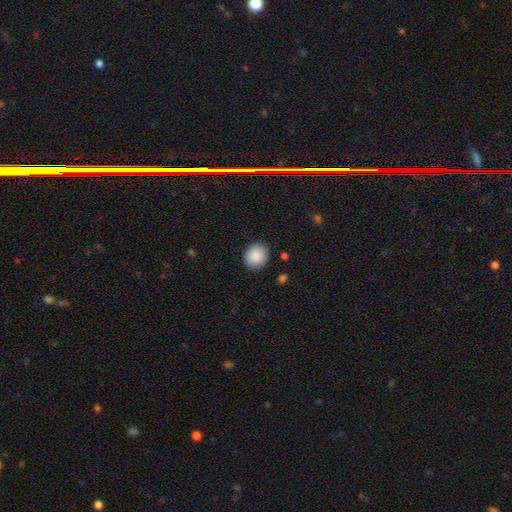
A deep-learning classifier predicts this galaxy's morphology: smooth-or-featured: smooth: 90% | star or artifact: 7% | featured or disk: 3%
  how-rounded: round: 80% | in between: 19% | cigar-shaped: 1%
  merging: none: 90% | minor disturbance: 7% | major disturbance: 2% | merger: 1%